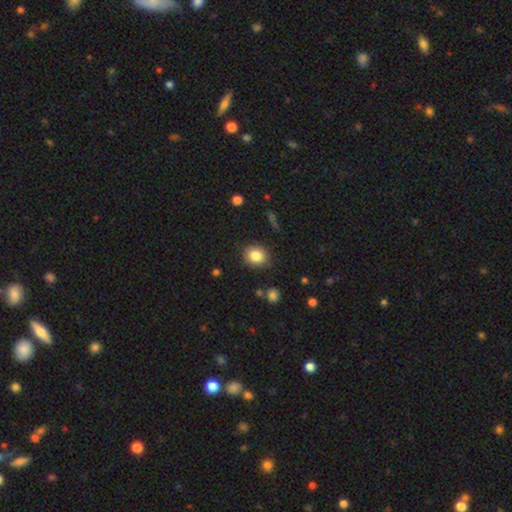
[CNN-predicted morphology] The model was most divided on "how rounded": round: 71%, in between: 29%, cigar-shaped: 1%. More confident: merging — none (86%); smooth or featured — smooth (84%).